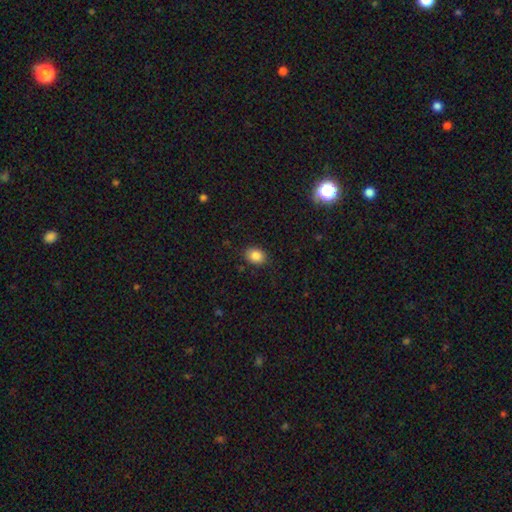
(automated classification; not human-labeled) Q: Smooth or featured?
A: smooth (87%); runner-up: star or artifact (9%)
Q: How rounded?
A: in between (64%); runner-up: round (35%)
Q: Merging?
A: none (85%); runner-up: minor disturbance (11%)